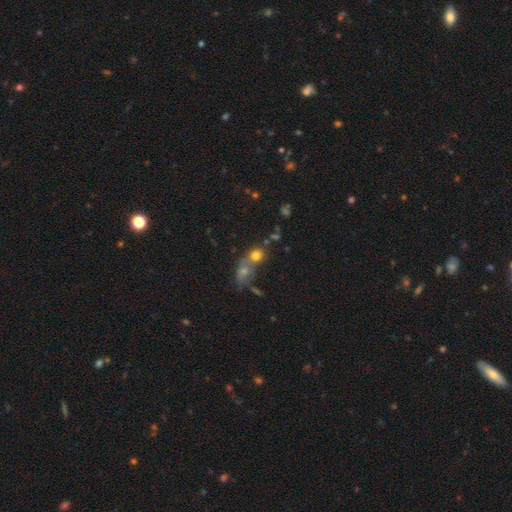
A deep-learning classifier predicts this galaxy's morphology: Overall: smooth (72%). How rounded: round (72%). Merging: merger (50%; none 37%).